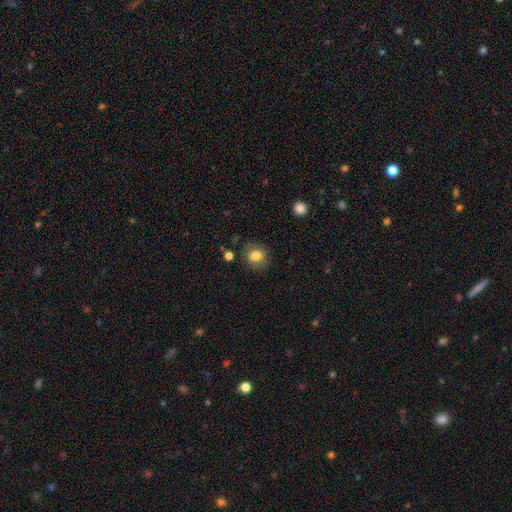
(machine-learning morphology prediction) Overall: smooth (83%). How rounded: round (73%). Merging: none (84%).